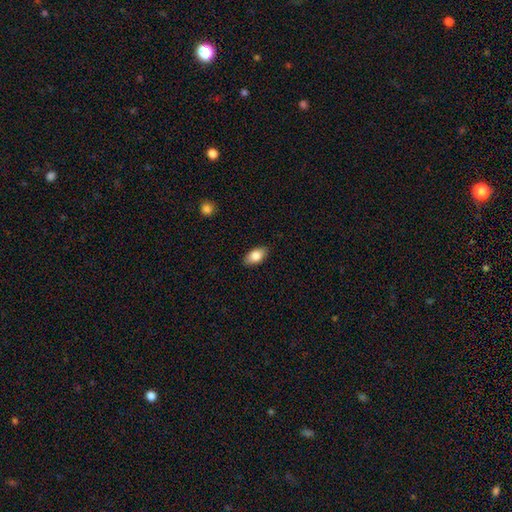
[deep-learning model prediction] A smooth galaxy with no disk features (82%) that is in between round and cigar-shaped (92%).

Vote fractions:
- Smooth or featured? smooth: 82% / featured or disk: 11% / star or artifact: 7%
- How rounded? in between: 92% / round: 5% / cigar-shaped: 3%
- Merging? none: 88% / minor disturbance: 9% / major disturbance: 2% / merger: 1%